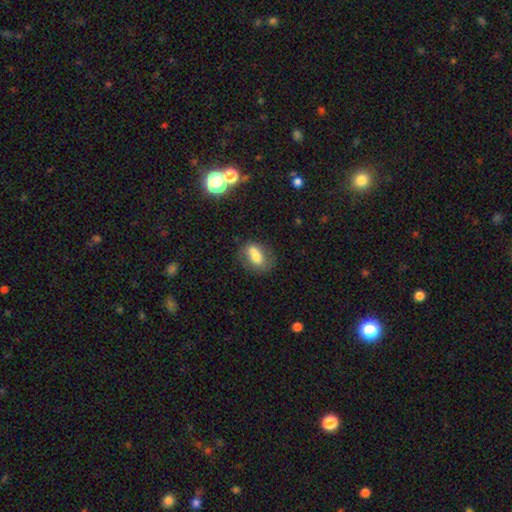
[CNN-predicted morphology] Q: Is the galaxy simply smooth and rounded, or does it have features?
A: smooth — 66%.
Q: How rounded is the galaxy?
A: in between — 74%.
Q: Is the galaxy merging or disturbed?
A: none — 52%.